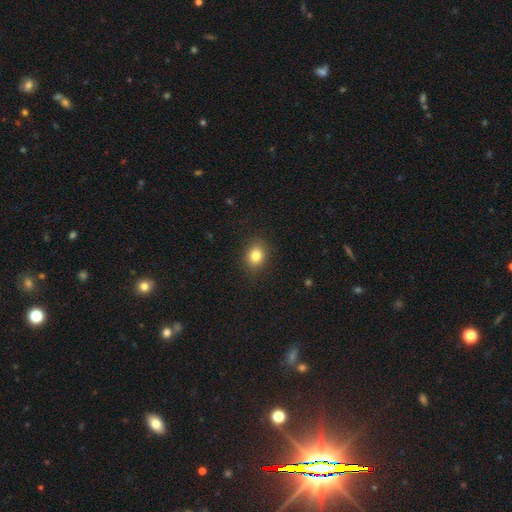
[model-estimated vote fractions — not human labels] A smooth galaxy with no disk features (83%) that is round (54%). Merging: none (88%).